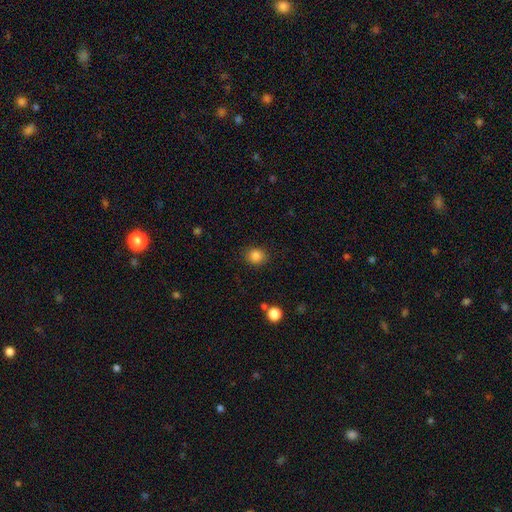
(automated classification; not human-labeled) smooth_or_featured: smooth (p=0.85) [alt: star or artifact p=0.11]
how_rounded: round (p=0.73) [alt: in between p=0.26]
merging: none (p=0.87) [alt: minor disturbance p=0.09]